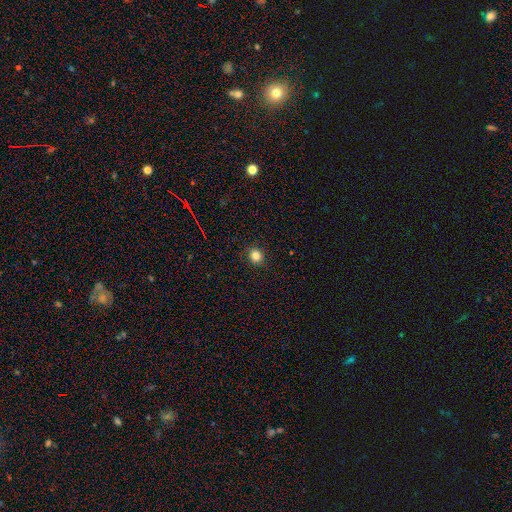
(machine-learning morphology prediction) A smooth galaxy with no disk features (83%) that is round (87%). Merging: none (90%).